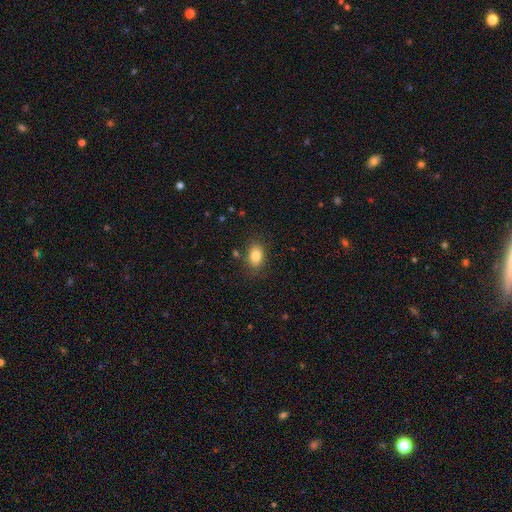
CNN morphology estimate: smooth_or_featured: smooth (p=0.83) [alt: star or artifact p=0.09]
how_rounded: in between (p=0.81) [alt: round p=0.18]
merging: none (p=0.82) [alt: minor disturbance p=0.12]